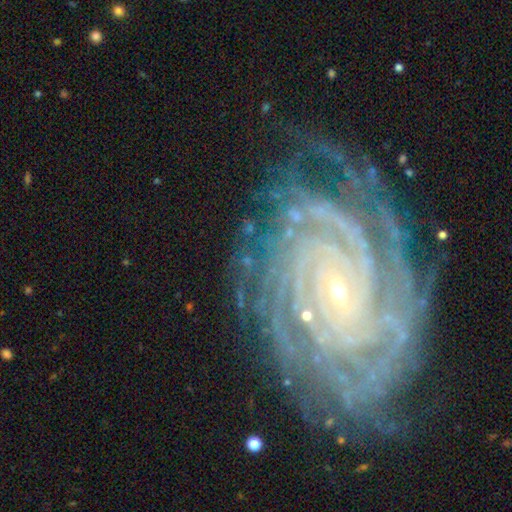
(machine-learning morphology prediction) Smooth or featured?
  - featured or disk: 90% *
  - star or artifact: 7%
  - smooth: 4%
Edge-on disk?
  - no: 97% *
  - yes: 3%
Bar?
  - no: 62% *
  - weak: 24%
  - strong: 14%
Spiral arms?
  - yes: 98% *
  - no: 2%
Spiral winding?
  - tight: 85% *
  - medium: 13%
  - loose: 2%
Spiral arm count?
  - more than 4: 31% *
  - 4: 20%
  - can't tell: 17%
  - 3: 13%
  - 2: 12%
  - 1: 8%
Bulge size?
  - small: 86% *
  - moderate: 11%
  - none: 1%
  - large: 1%
  - dominant: 1%
Merging?
  - none: 73% *
  - minor disturbance: 17%
  - major disturbance: 7%
  - merger: 2%